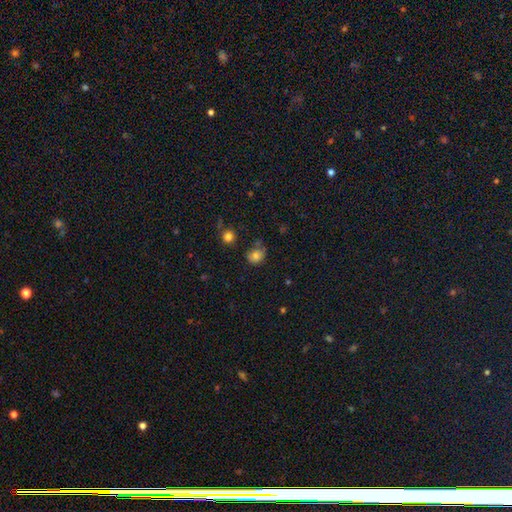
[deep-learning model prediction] This appears to be a smooth galaxy with no disk features (77%) that is round (66%). Merging: none (63%).